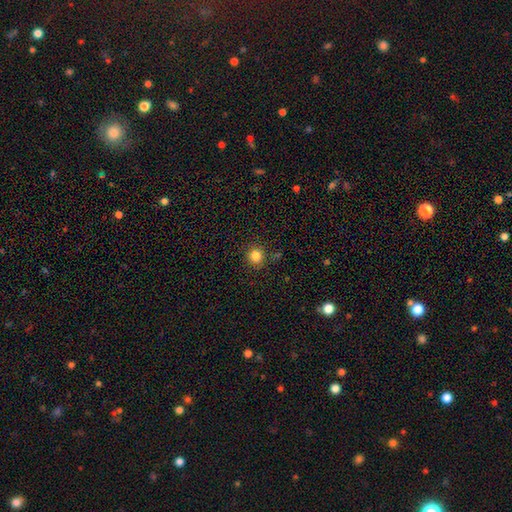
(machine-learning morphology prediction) This appears to be a smooth galaxy with no disk features (84%) that is round (92%). Merging: none (87%).